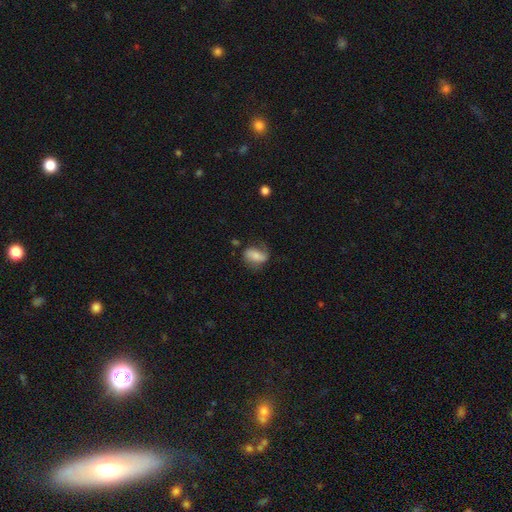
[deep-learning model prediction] smooth 57%, featured or disk 34%, star or artifact 8%. Down the decision tree: how rounded — in between (81%); merging — none (54%).